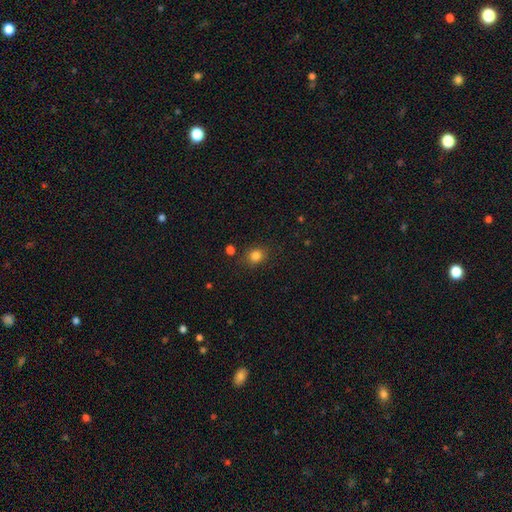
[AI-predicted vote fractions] Smooth or featured?
  - smooth: 83% *
  - star or artifact: 12%
  - featured or disk: 5%
How rounded?
  - round: 67% *
  - in between: 32%
  - cigar-shaped: 1%
Merging?
  - none: 81% *
  - minor disturbance: 12%
  - major disturbance: 4%
  - merger: 3%